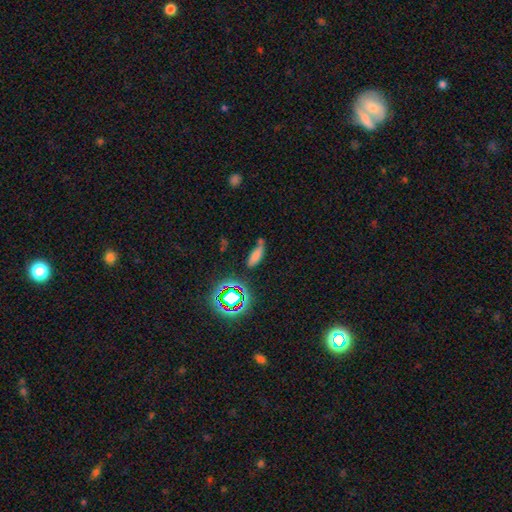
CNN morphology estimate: smooth 67%, star or artifact 21%, featured or disk 12%. Down the decision tree: how rounded — in between (61%); merging — none (57%).